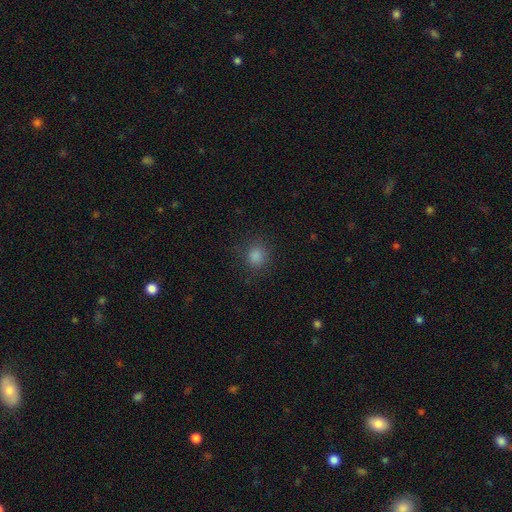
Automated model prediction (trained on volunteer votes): Q: Smooth or featured?
A: smooth (82%); runner-up: star or artifact (14%)
Q: How rounded?
A: round (89%); runner-up: in between (10%)
Q: Merging?
A: none (86%); runner-up: minor disturbance (9%)